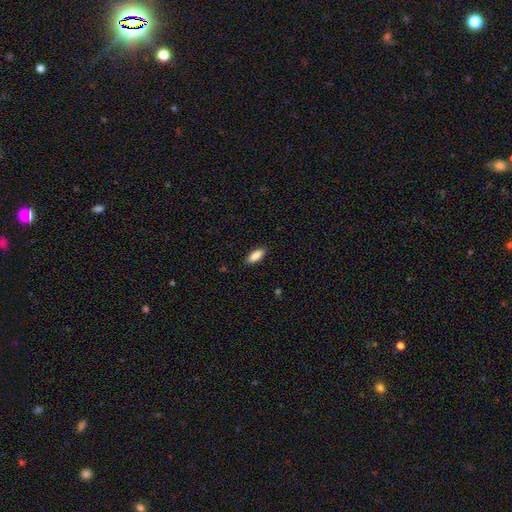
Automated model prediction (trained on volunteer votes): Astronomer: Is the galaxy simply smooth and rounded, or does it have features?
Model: smooth — 89%.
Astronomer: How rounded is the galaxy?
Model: in between — 83%.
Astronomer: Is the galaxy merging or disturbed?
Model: none — 86%.